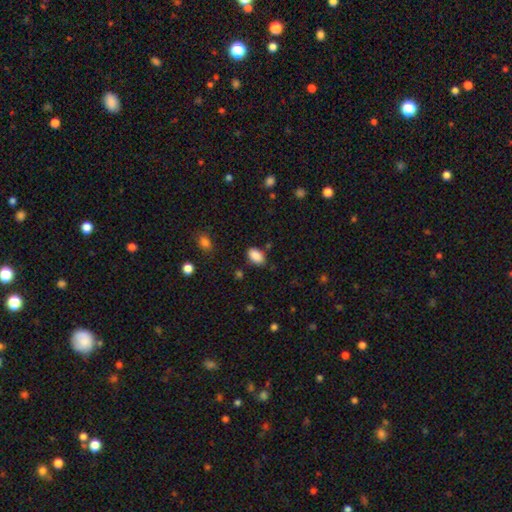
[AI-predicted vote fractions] smooth_or_featured: smooth (p=0.88) [alt: star or artifact p=0.08]
how_rounded: in between (p=0.91) [alt: round p=0.08]
merging: none (p=0.81) [alt: minor disturbance p=0.13]